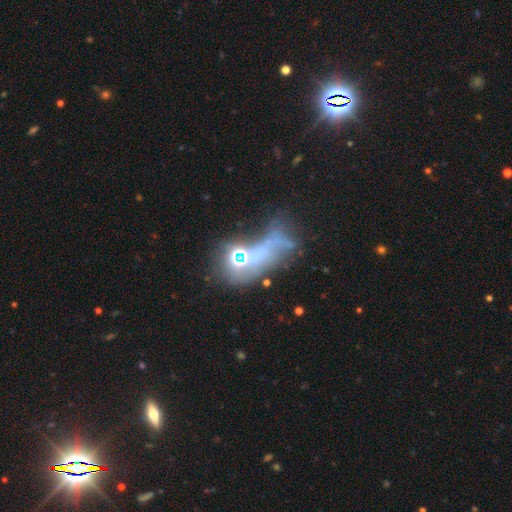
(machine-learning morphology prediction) A featured or disk galaxy (39%).

Vote fractions:
- Smooth or featured? featured or disk: 39% / smooth: 34% / star or artifact: 27%
- Merging? major disturbance: 40% / merger: 31% / none: 18% / minor disturbance: 11%